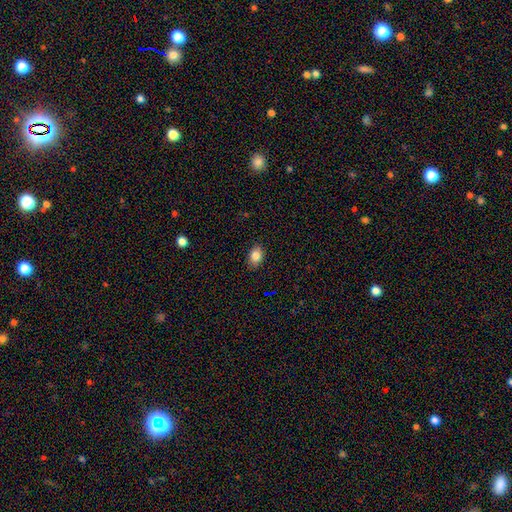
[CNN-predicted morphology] This is clearly a smooth galaxy (85%). How rounded: likely in between (74%). Merging: clearly none (88%).